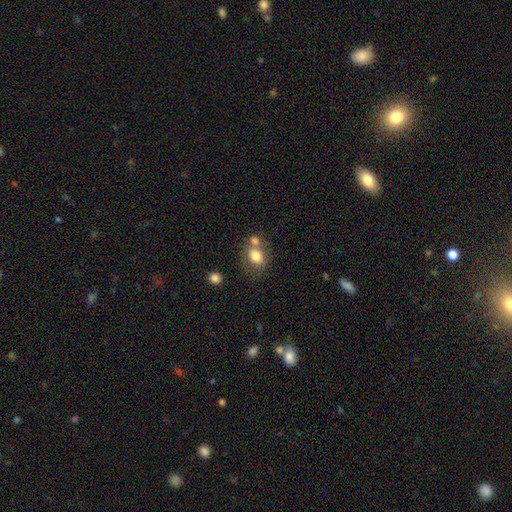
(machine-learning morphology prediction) Smooth or featured? smooth (79%)
How rounded? in between (61%)
Merging? none (45%)